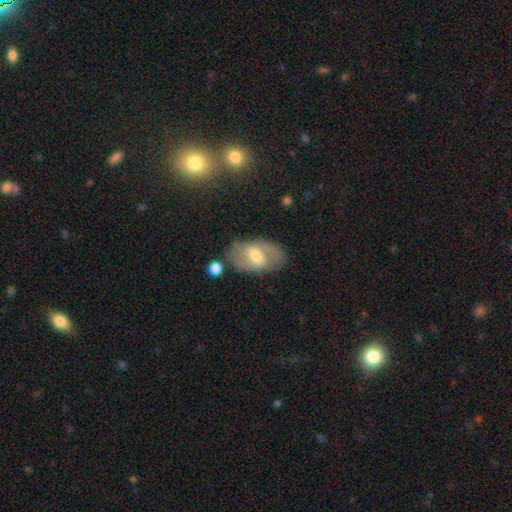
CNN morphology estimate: Smooth or featured?
  - featured or disk: 63% *
  - smooth: 29%
  - star or artifact: 7%
Edge-on disk?
  - no: 94% *
  - yes: 6%
Bar?
  - weak: 51% *
  - strong: 25%
  - no: 23%
Spiral arms?
  - yes: 70% *
  - no: 30%
Bulge size?
  - moderate: 67% *
  - small: 24%
  - large: 6%
  - none: 1%
  - dominant: 1%
Merging?
  - none: 76% *
  - minor disturbance: 16%
  - major disturbance: 5%
  - merger: 3%